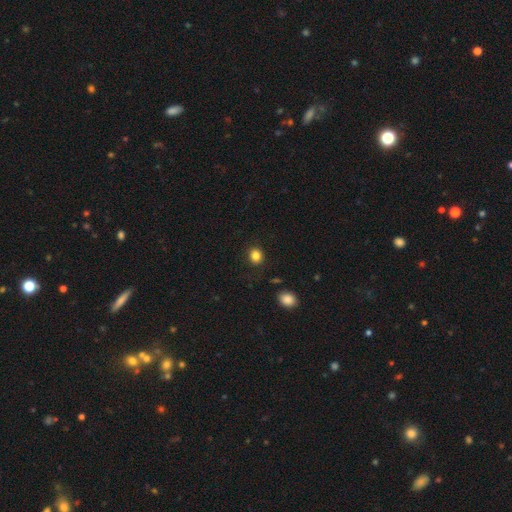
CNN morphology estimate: This appears to be a smooth galaxy with no disk features (84%) that is round (81%). Merging: none (88%).